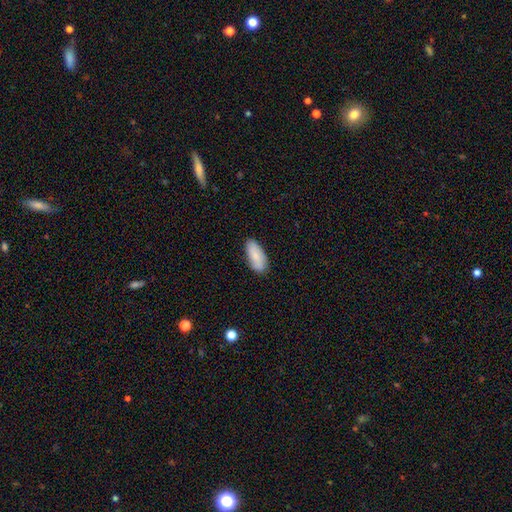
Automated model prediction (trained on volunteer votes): This is clearly a smooth galaxy (82%). How rounded: clearly in between (84%). Merging: clearly none (83%).